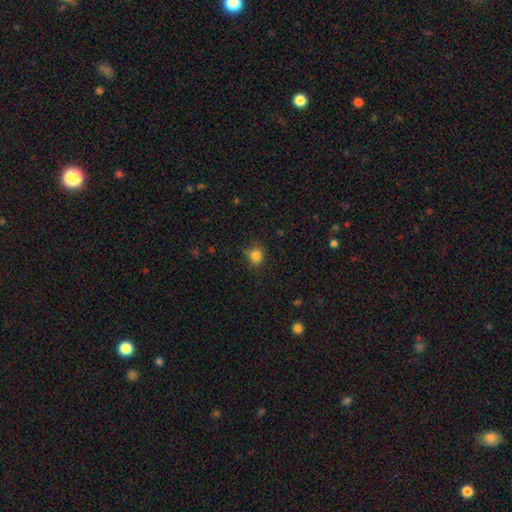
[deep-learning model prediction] smooth_or_featured: smooth (p=0.83) [alt: star or artifact p=0.12]
how_rounded: round (p=0.81) [alt: in between p=0.18]
merging: none (p=0.73) [alt: minor disturbance p=0.20]